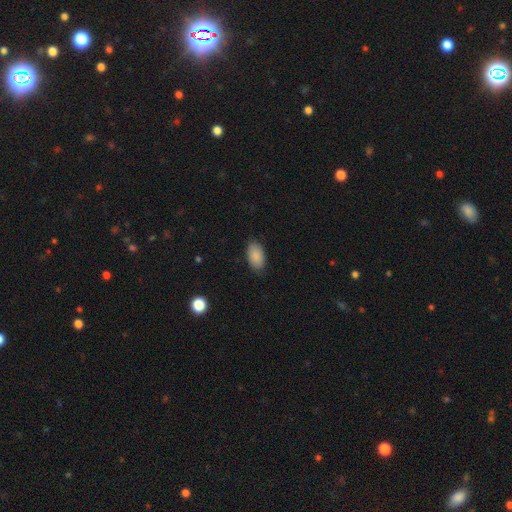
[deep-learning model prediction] Smooth or featured? Predicted: smooth (p=0.88). How rounded? Predicted: in between (p=0.94). Merging? Predicted: none (p=0.85).